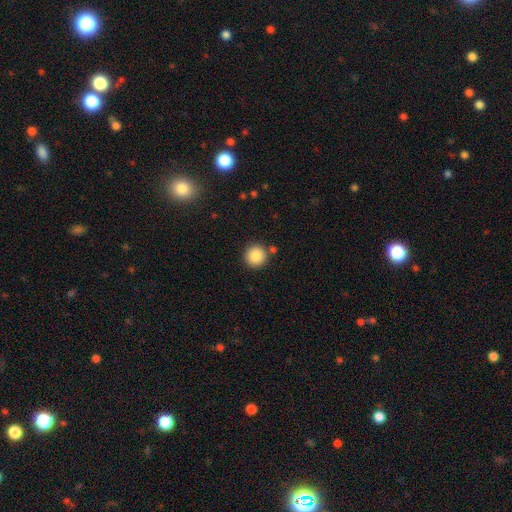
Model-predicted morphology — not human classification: A smooth galaxy with no disk features (87%) that is round (95%). Merging: none (85%).